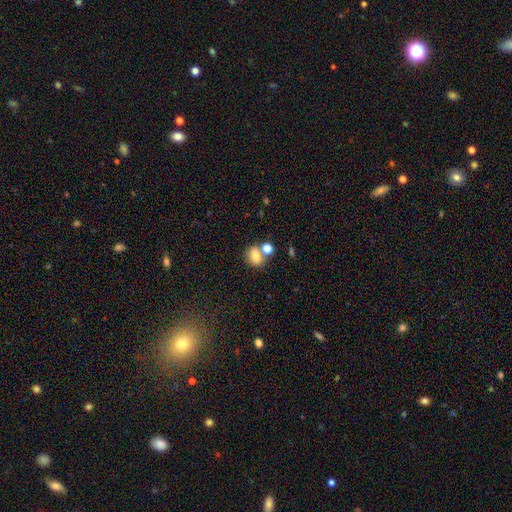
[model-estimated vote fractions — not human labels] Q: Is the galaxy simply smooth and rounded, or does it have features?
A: smooth — 77%.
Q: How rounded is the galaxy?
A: in between — 56%.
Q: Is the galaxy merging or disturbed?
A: none — 54%.